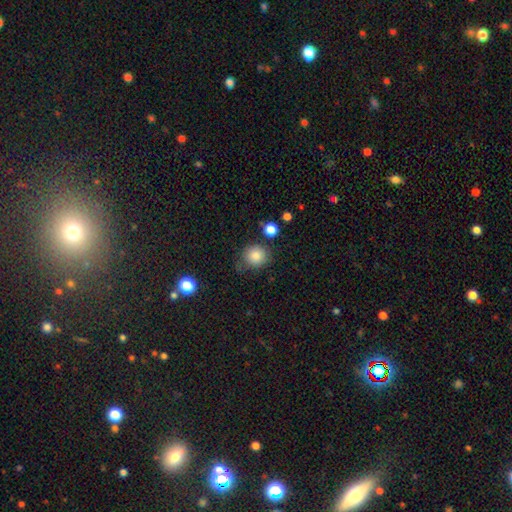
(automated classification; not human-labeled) Q: Smooth or featured?
A: smooth (86%); runner-up: star or artifact (9%)
Q: How rounded?
A: round (84%); runner-up: in between (15%)
Q: Merging?
A: none (69%); runner-up: minor disturbance (20%)